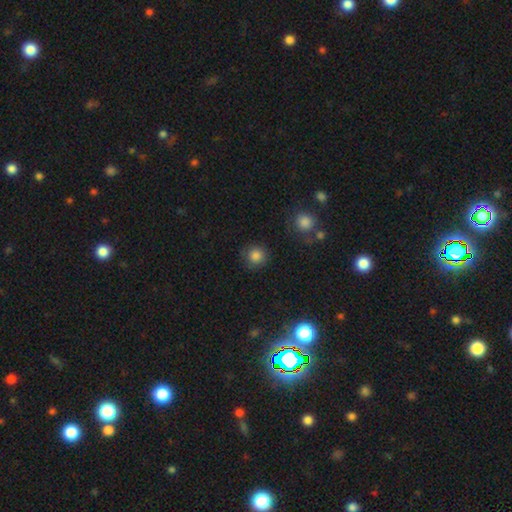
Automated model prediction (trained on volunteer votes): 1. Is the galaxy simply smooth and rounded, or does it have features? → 83% smooth, 12% star or artifact, 5% featured or disk.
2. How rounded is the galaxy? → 92% round, 7% in between, 1% cigar-shaped.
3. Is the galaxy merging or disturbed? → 83% none, 11% minor disturbance, 4% major disturbance, 2% merger.